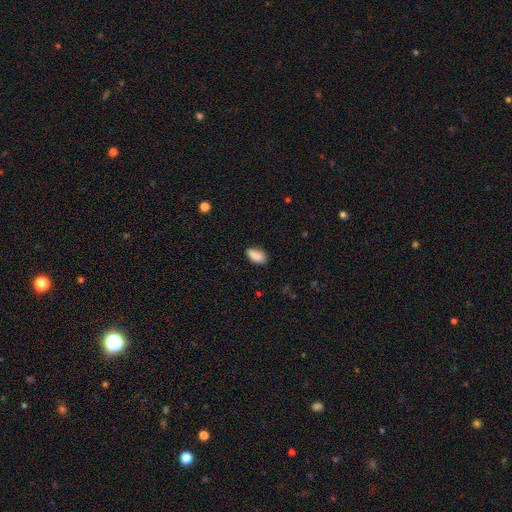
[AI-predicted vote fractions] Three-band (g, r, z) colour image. It shows a smooth galaxy with no disk features (86%) that is in between round and cigar-shaped (91%). Merging: none (69%).